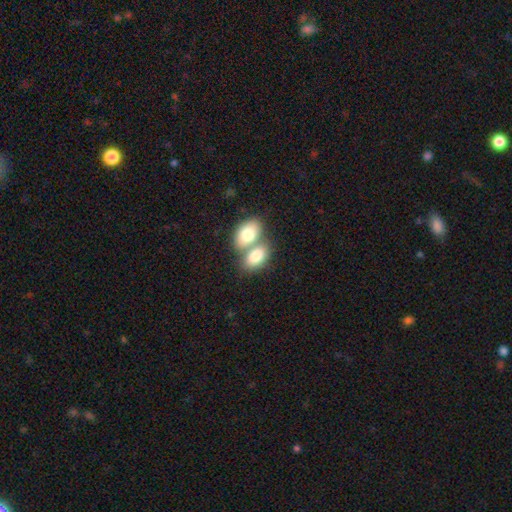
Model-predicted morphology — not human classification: Overall: smooth (78%). How rounded: in between (88%). Merging: merger (62%; none 28%).